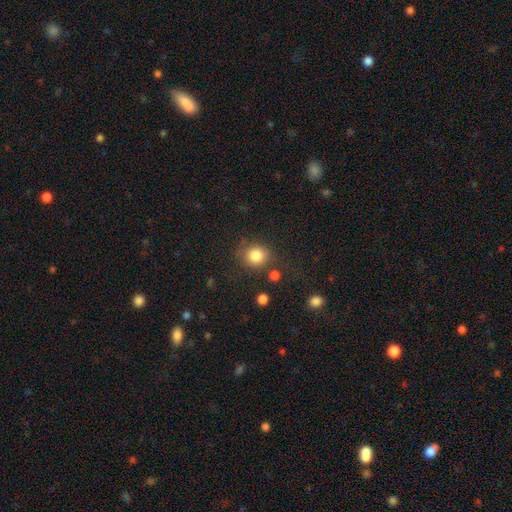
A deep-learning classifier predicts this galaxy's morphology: type=smooth (83%); roundness=round (85%); merging=none (78%).